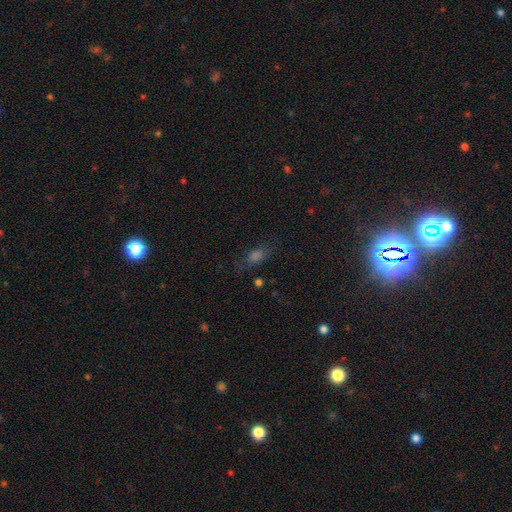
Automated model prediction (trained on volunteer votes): This is possibly a smooth galaxy (50%). How rounded: likely in between (69%). Merging: likely none (70%).